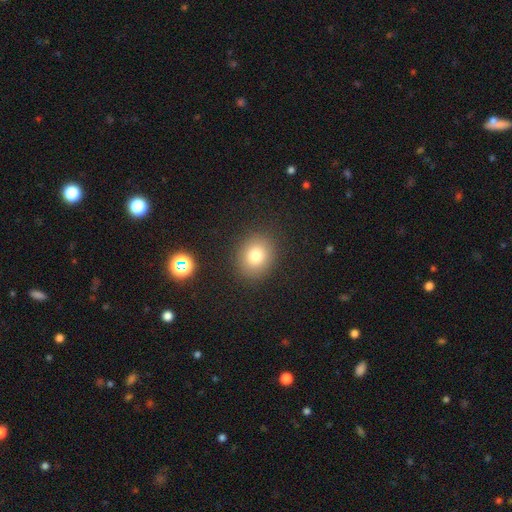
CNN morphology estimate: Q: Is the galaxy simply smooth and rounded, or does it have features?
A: smooth — 78%.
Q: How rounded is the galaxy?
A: round — 68%.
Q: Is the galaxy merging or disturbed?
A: none — 88%.